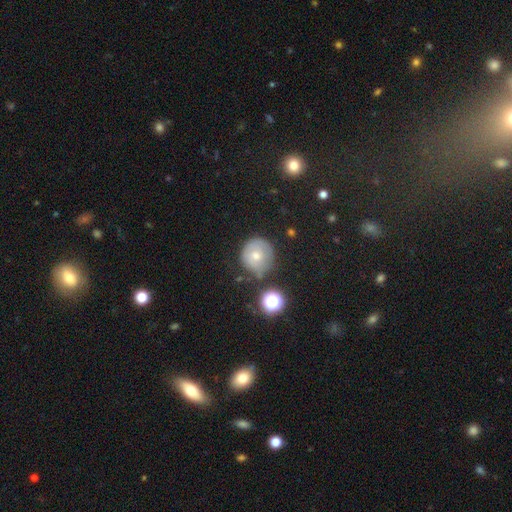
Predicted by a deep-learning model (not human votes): Q: Smooth or featured?
A: smooth (63%); runner-up: featured or disk (25%)
Q: How rounded?
A: round (90%); runner-up: in between (9%)
Q: Merging?
A: none (64%); runner-up: minor disturbance (23%)